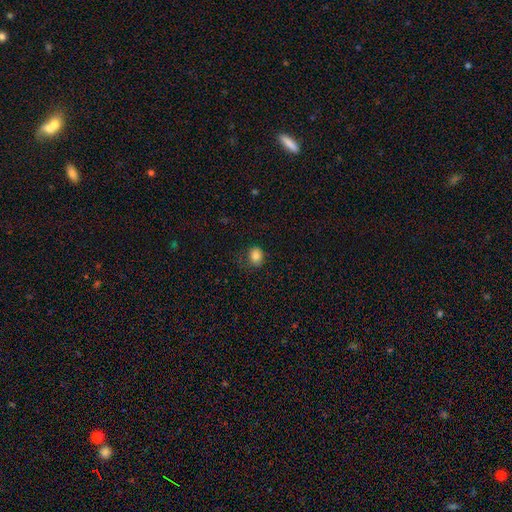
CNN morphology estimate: Smooth or featured: smooth — 83% (star or artifact — 11%)
How rounded: round — 63% (in between — 37%)
Merging: none — 71% (minor disturbance — 20%)